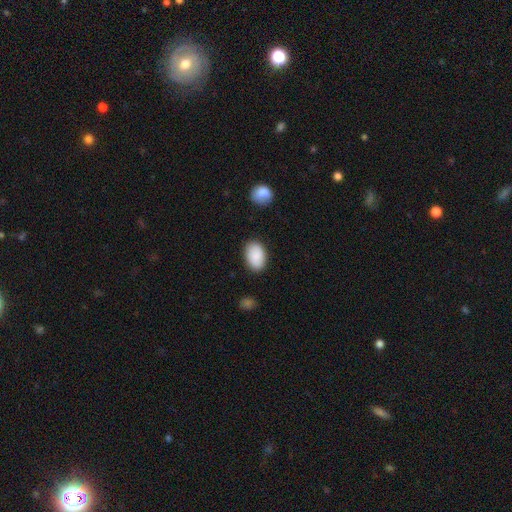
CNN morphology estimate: Smooth or featured: smooth — 89% (star or artifact — 6%)
How rounded: in between — 90% (round — 9%)
Merging: none — 85% (minor disturbance — 11%)